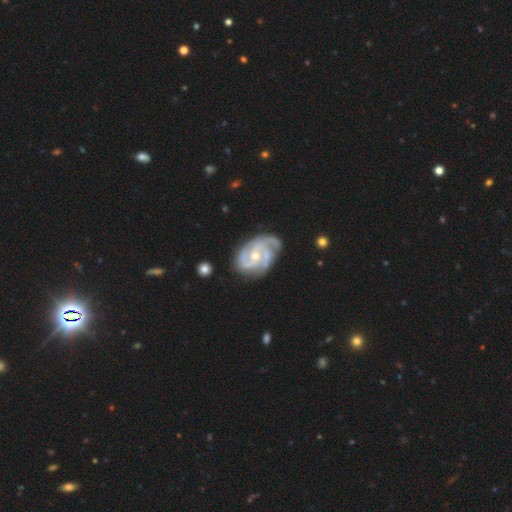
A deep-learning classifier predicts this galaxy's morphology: Smooth or featured?
  - featured or disk: 91% *
  - smooth: 5%
  - star or artifact: 4%
Edge-on disk?
  - no: 98% *
  - yes: 2%
Bar?
  - no: 63% *
  - weak: 30%
  - strong: 7%
Spiral arms?
  - yes: 98% *
  - no: 2%
Spiral winding?
  - tight: 54% *
  - medium: 39%
  - loose: 7%
Spiral arm count?
  - 3: 48% *
  - 2: 18%
  - 4: 13%
  - can't tell: 12%
  - more than 4: 5%
  - 1: 5%
Bulge size?
  - moderate: 54% *
  - small: 43%
  - large: 2%
  - none: 1%
  - dominant: 1%
Merging?
  - none: 68% *
  - minor disturbance: 22%
  - major disturbance: 8%
  - merger: 3%